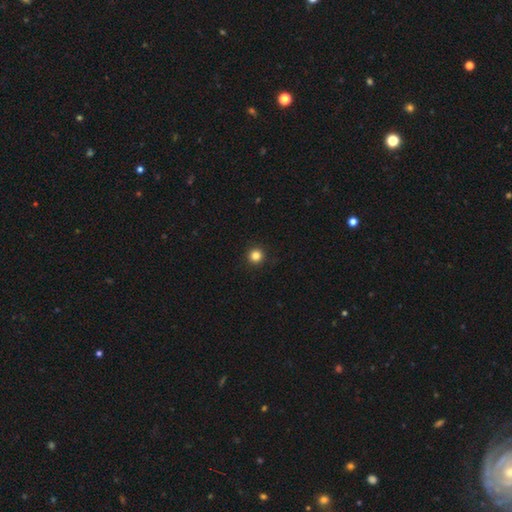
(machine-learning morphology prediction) This is clearly a smooth galaxy (84%). How rounded: clearly round (96%). Merging: clearly none (93%).